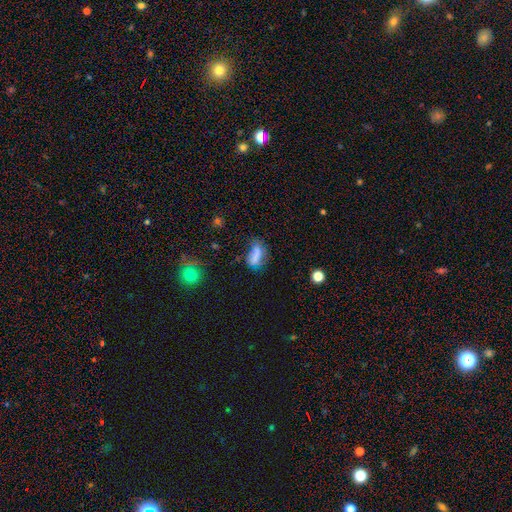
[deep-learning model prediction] Smooth or featured: smooth — 69% (featured or disk — 19%)
How rounded: in between — 78% (cigar-shaped — 16%)
Merging: none — 37% (minor disturbance — 30%)